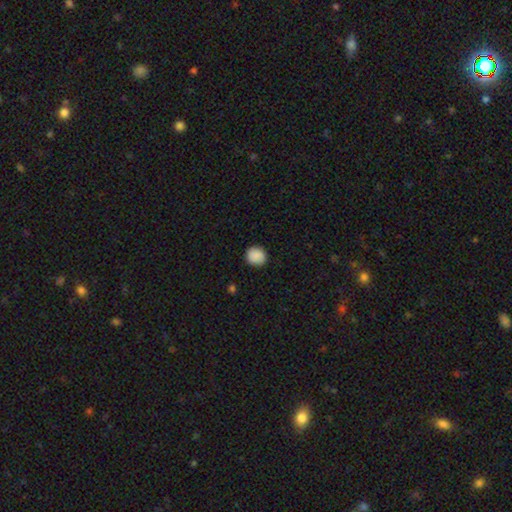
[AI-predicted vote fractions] A smooth galaxy with no disk features (88%) that is round (87%).

Vote fractions:
- Smooth or featured? smooth: 88% / star or artifact: 8% / featured or disk: 4%
- How rounded? round: 87% / in between: 12% / cigar-shaped: 1%
- Merging? none: 89% / minor disturbance: 8% / major disturbance: 2% / merger: 1%